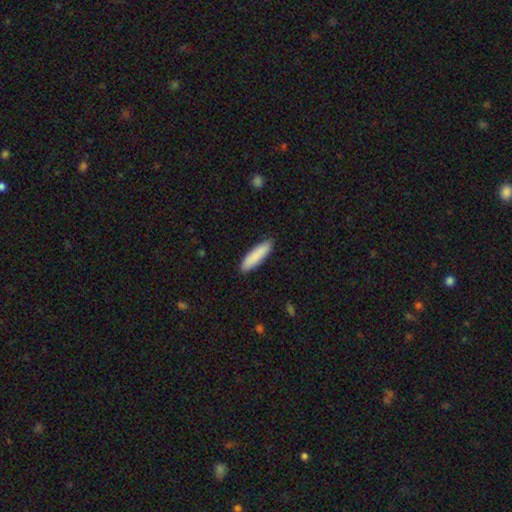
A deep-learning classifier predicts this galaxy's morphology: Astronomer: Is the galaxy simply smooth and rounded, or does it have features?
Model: smooth — 87%.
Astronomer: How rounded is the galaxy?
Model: cigar-shaped — 68%.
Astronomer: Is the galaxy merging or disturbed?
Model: none — 88%.